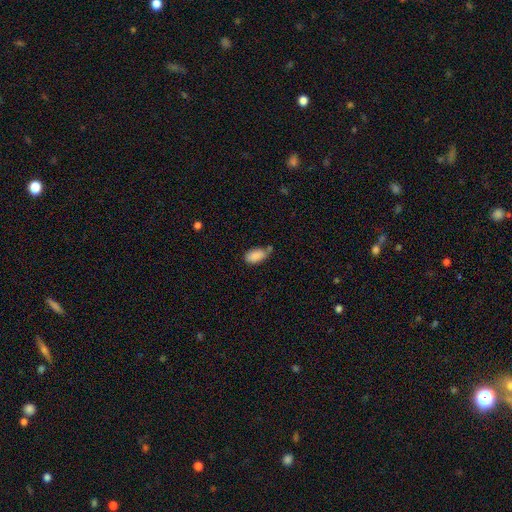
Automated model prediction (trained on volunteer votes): The model was most divided on "merging": none: 54%, minor disturbance: 26%, merger: 14%, major disturbance: 6%. More confident: how rounded — in between (93%); smooth or featured — smooth (88%).